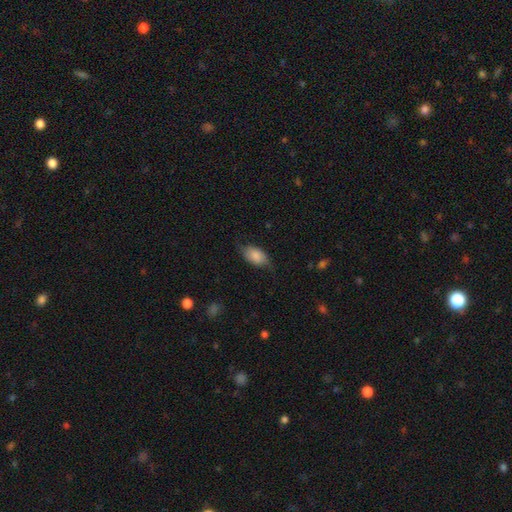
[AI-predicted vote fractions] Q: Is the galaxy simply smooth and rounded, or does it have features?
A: smooth — 78%.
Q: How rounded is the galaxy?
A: in between — 92%.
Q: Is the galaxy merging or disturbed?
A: none — 65%.